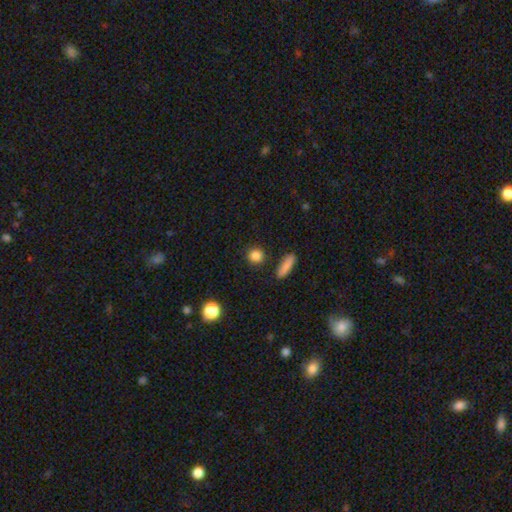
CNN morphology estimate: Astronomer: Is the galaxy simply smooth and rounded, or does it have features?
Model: smooth — 86%.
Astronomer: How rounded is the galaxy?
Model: round — 85%.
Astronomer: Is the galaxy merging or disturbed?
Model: none — 89%.